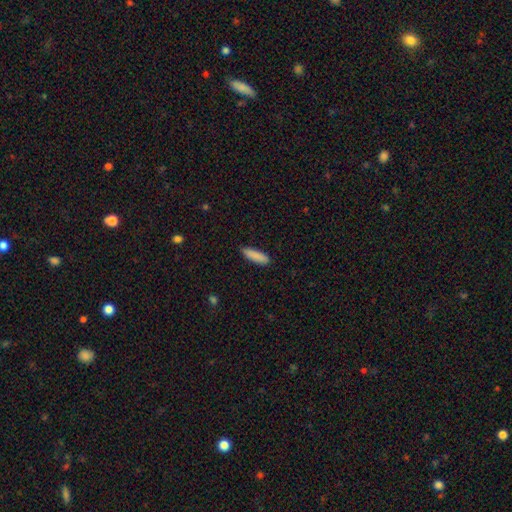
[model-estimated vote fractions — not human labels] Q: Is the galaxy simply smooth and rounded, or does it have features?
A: smooth — 88%.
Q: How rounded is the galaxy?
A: cigar-shaped — 63%.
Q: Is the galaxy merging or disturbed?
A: none — 84%.